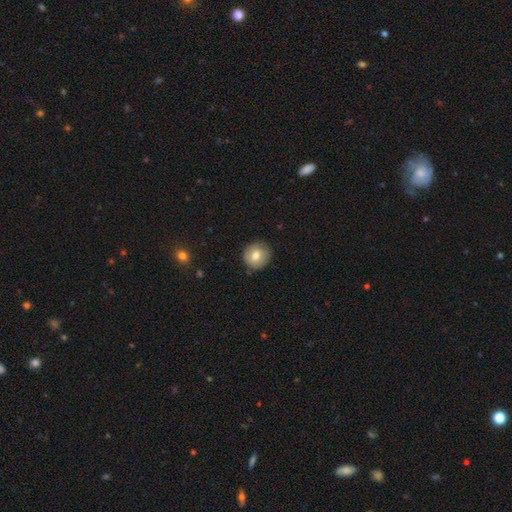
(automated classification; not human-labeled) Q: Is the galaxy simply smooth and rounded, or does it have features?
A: smooth — 73%.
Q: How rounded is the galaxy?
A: round — 91%.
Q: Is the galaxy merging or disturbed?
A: none — 84%.